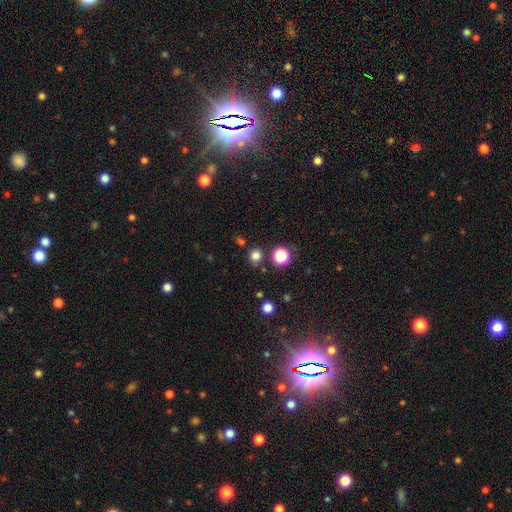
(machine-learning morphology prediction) This is likely a smooth galaxy (77%). How rounded: clearly round (90%). Merging: clearly none (84%).